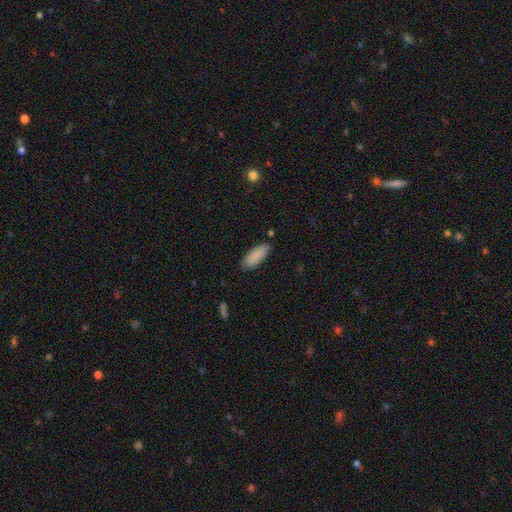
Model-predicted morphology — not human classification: The model was most divided on "how rounded": in between: 80%, cigar-shaped: 19%, round: 2%. More confident: smooth or featured — smooth (88%); merging — none (80%).